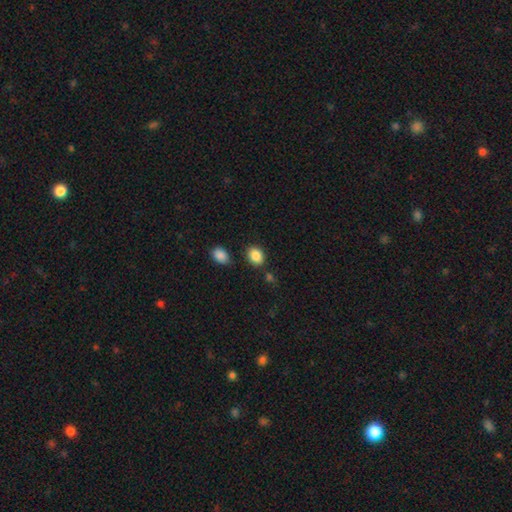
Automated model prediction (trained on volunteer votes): This appears to be a smooth galaxy with no disk features (87%) that is in between round and cigar-shaped (61%). Merging: none (79%).